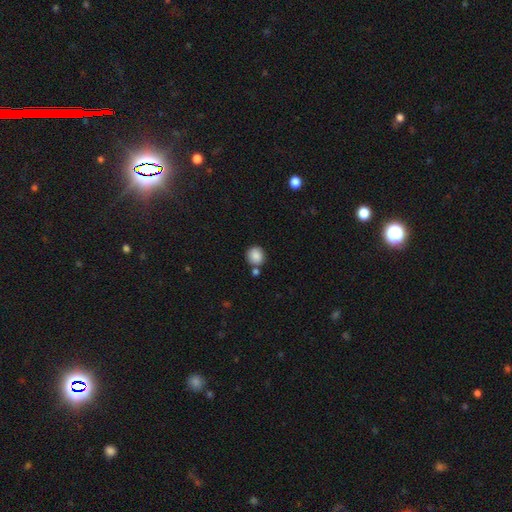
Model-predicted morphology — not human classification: Overall: smooth (87%). How rounded: round (88%). Merging: none (71%).